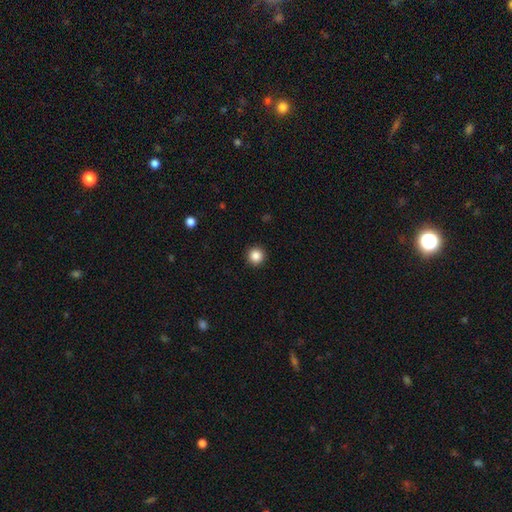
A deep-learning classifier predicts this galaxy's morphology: smooth_or_featured: smooth (p=0.86) [alt: star or artifact p=0.10]
how_rounded: round (p=0.96) [alt: in between p=0.03]
merging: none (p=0.93) [alt: minor disturbance p=0.04]